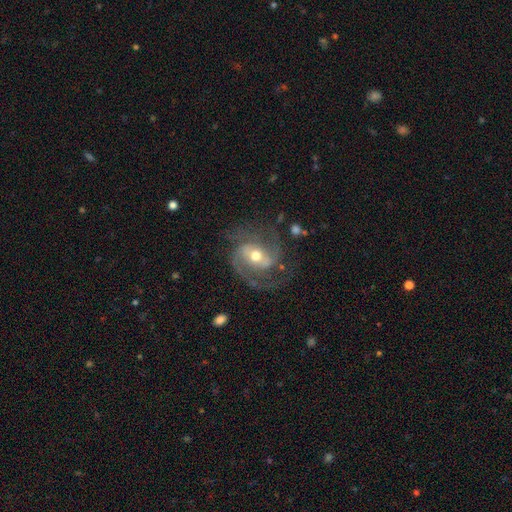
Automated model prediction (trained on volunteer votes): A featured or disk galaxy (88%) with a weak bar (43%), 2 (69%) medium (53%) spiral arms (96%) and a moderate central bulge (70%).

Vote fractions:
- Smooth or featured? featured or disk: 88% / smooth: 7% / star or artifact: 6%
- Edge-on disk? no: 97% / yes: 3%
- Bar? weak: 43% / no: 33% / strong: 24%
- Spiral arms? yes: 96% / no: 4%
- Spiral winding? medium: 53% / tight: 30% / loose: 17%
- Spiral arm count? 2: 69% / 3: 13% / can't tell: 8% / 1: 5% / 4: 3% / more than 4: 2%
- Bulge size? moderate: 70% / small: 22% / large: 7% / none: 1% / dominant: 1%
- Merging? none: 67% / minor disturbance: 18% / major disturbance: 14% / merger: 2%